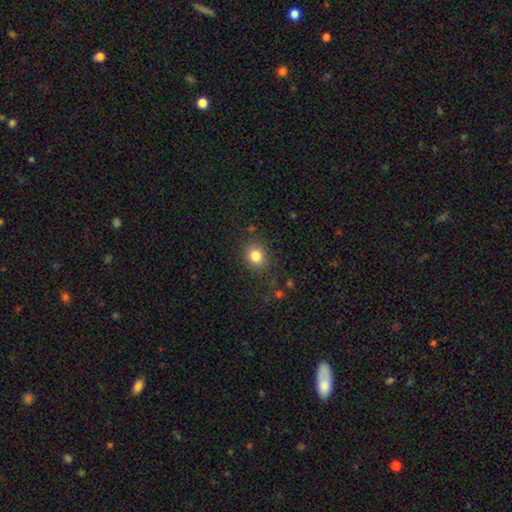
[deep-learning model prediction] A smooth galaxy with no disk features (82%) that is round (69%). Merging: none (83%).